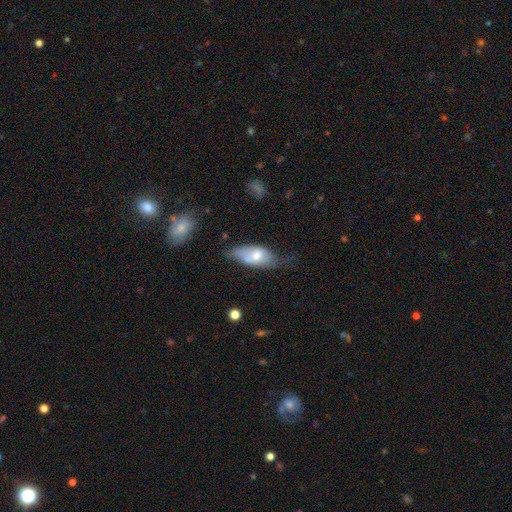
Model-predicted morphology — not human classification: smooth 60%, featured or disk 34%, star or artifact 7%. Down the decision tree: how rounded — in between (87%); merging — none (41%).